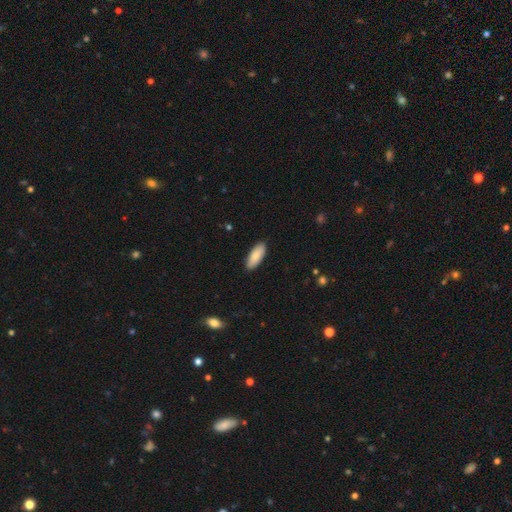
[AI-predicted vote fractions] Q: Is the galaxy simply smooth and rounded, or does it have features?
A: smooth — 85%.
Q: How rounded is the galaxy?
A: in between — 78%.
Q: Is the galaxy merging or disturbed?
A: none — 88%.